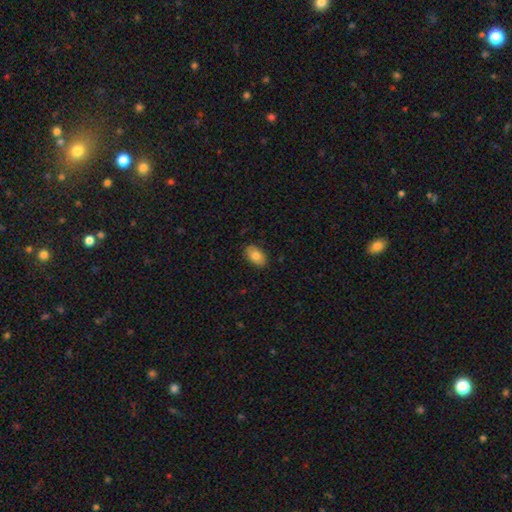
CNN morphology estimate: Smooth or featured? Predicted: smooth (p=0.82). How rounded? Predicted: in between (p=0.92). Merging? Predicted: none (p=0.87).